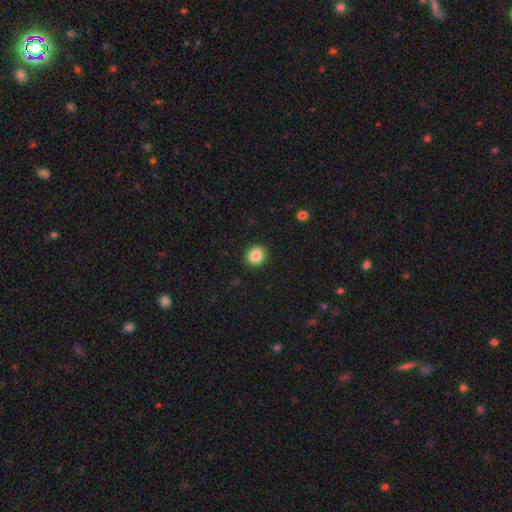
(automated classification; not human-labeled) Smooth or featured?
  - smooth: 87% *
  - star or artifact: 9%
  - featured or disk: 4%
How rounded?
  - round: 73% *
  - in between: 26%
  - cigar-shaped: 1%
Merging?
  - none: 91% *
  - minor disturbance: 6%
  - major disturbance: 2%
  - merger: 1%